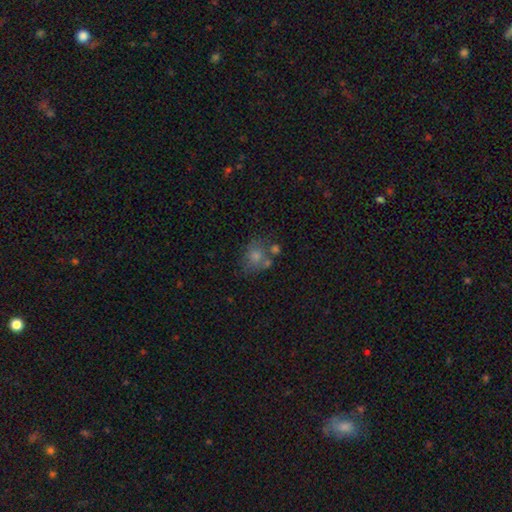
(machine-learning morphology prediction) type=smooth (60%); roundness=round (65%); merging=none (57%).